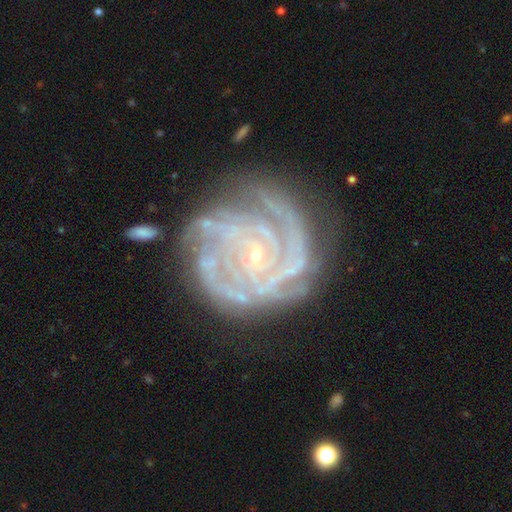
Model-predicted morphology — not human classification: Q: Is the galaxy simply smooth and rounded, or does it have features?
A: featured or disk — 89%.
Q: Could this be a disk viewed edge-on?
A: no — 98%.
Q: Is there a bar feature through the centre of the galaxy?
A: no — 72%.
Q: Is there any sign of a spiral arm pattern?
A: yes — 98%.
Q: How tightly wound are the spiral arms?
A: tight — 75%.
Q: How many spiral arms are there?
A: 3 — 28%.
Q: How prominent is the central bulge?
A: small — 86%.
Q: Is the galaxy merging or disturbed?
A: none — 68%.